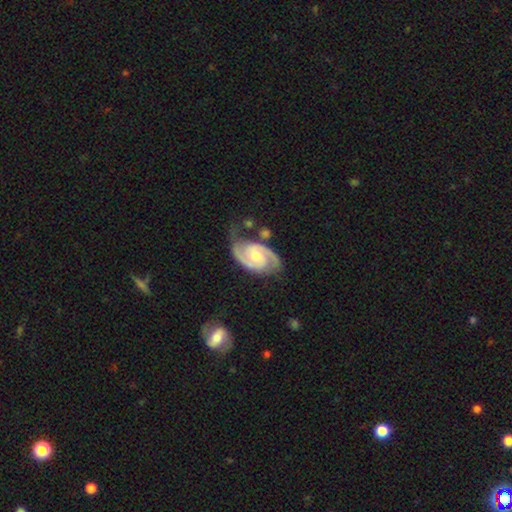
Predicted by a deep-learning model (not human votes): featured or disk 91%, smooth 5%, star or artifact 4%. Down the decision tree: edge-on disk — no (97%); bar — no (50%); spiral arms — yes (98%); spiral arm count — 2 (91%); spiral winding — medium (46%); bulge size — moderate (60%); merging — none (65%).